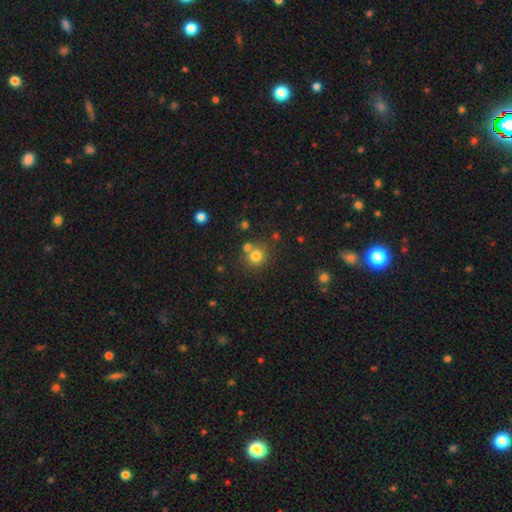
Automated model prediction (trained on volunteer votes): Smooth or featured? Predicted: smooth (p=0.78). How rounded? Predicted: round (p=0.88). Merging? Predicted: none (p=0.67).